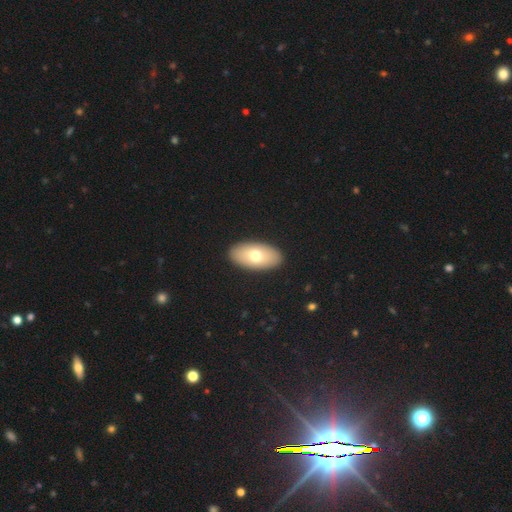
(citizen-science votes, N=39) smooth 69%, featured or disk 28%, star or artifact 3%. Down the decision tree: how rounded — in between (100%); merging — none (92%).